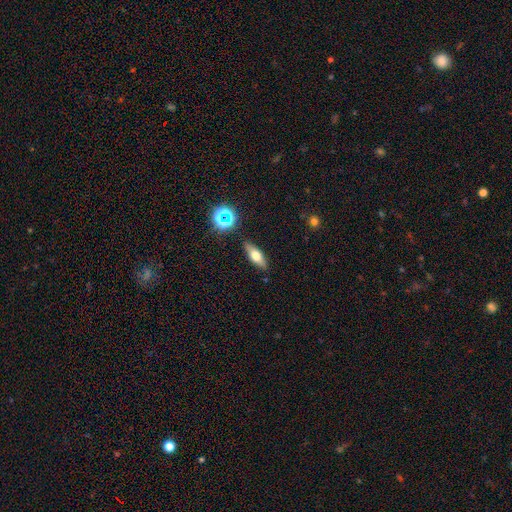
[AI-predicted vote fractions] Smooth or featured? smooth (54%)
How rounded? in between (57%)
Merging? none (86%)